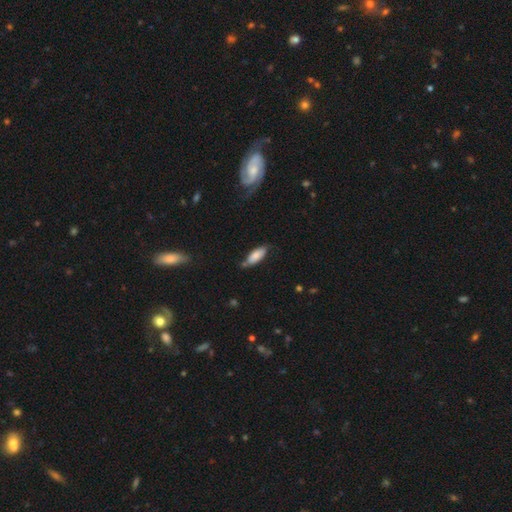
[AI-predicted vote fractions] Morphology: type=smooth (79%); roundness=in between (77%); merging=none (63%).